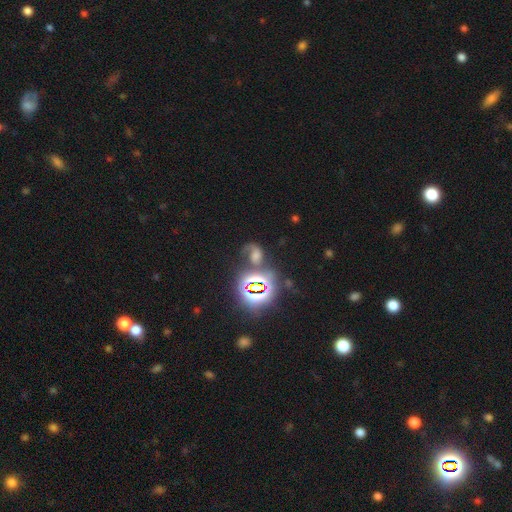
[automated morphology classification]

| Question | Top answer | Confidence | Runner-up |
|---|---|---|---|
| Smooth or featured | star or artifact | 36% | tied: featured or disk (36%) |